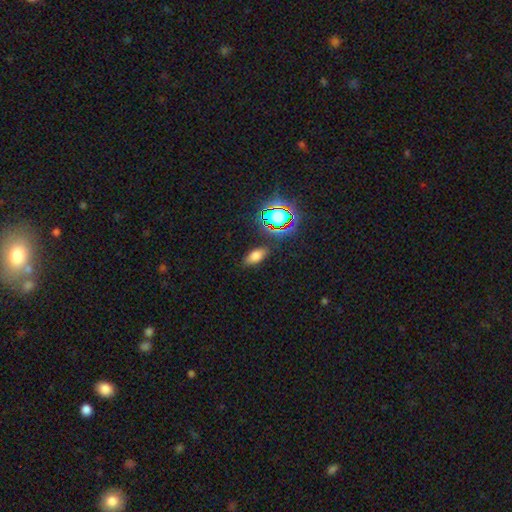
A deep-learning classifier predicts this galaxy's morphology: A smooth galaxy with no disk features (69%) that is in between round and cigar-shaped (86%). Merging: none (84%).